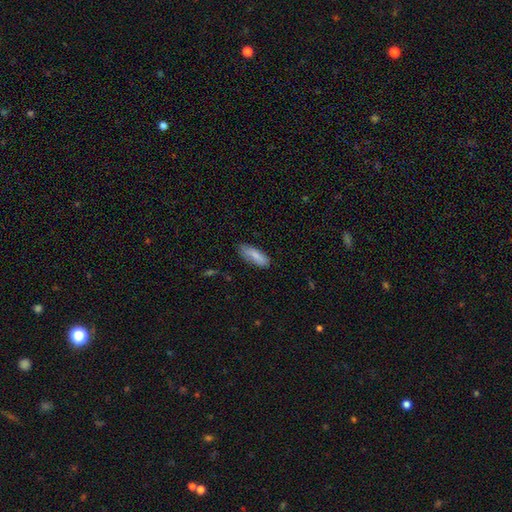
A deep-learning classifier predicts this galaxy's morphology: Smooth or featured? smooth (83%)
How rounded? in between (63%)
Merging? none (75%)